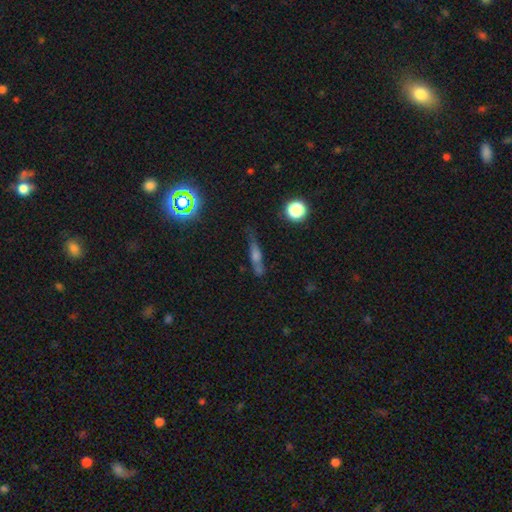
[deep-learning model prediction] This is possibly a smooth galaxy (45%). Merging: likely none (65%).